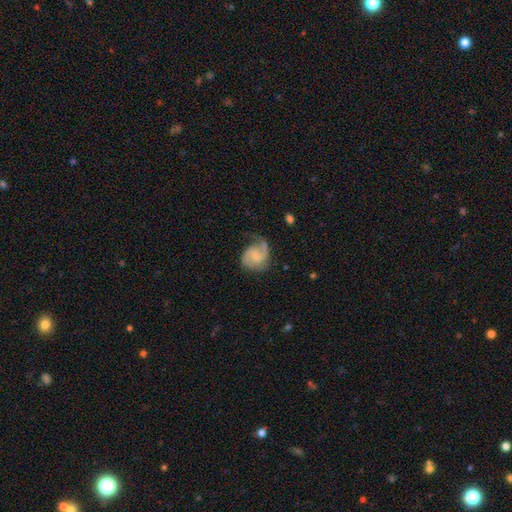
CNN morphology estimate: This is clearly a featured or disk galaxy (82%). It is clearly not viewed edge-on (98%). Bar: possibly no (48%). Spiral arm pattern: clearly yes (97%). Spiral arm count: clearly 2 (84%). Spiral winding: possibly medium (52%). Central bulge: marginally small (43%). Merging: likely none (63%).